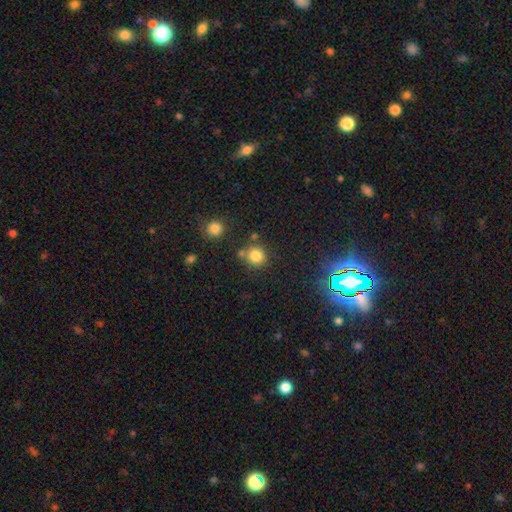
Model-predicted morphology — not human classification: This is clearly a smooth galaxy (80%). How rounded: clearly round (90%). Merging: likely none (72%).